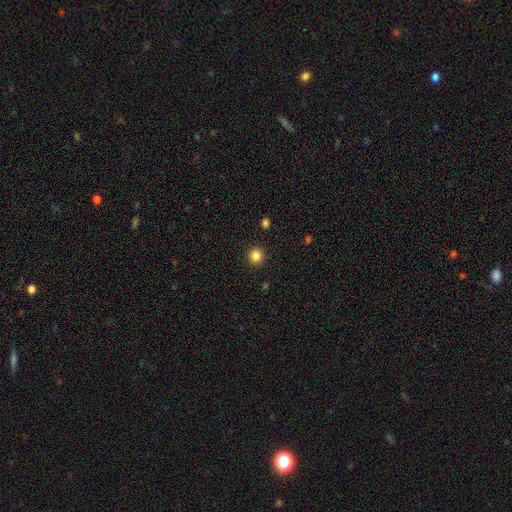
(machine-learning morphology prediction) Smooth or featured? Predicted: smooth (p=0.85). How rounded? Predicted: round (p=0.93). Merging? Predicted: none (p=0.92).